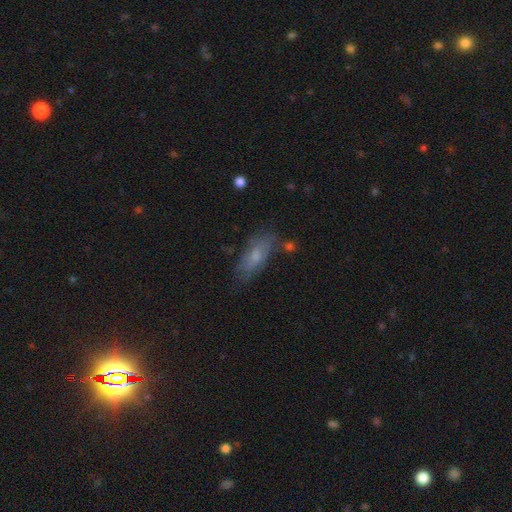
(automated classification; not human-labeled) Morphology: type=smooth (59%); roundness=in between (67%); merging=none (65%).